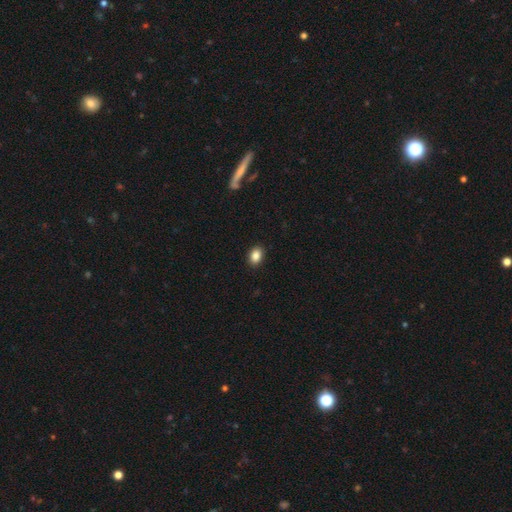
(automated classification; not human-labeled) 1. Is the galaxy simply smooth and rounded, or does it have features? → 87% smooth, 9% star or artifact, 4% featured or disk.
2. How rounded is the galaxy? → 76% in between, 23% round, 1% cigar-shaped.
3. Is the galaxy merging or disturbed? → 90% none, 7% minor disturbance, 2% major disturbance, 1% merger.